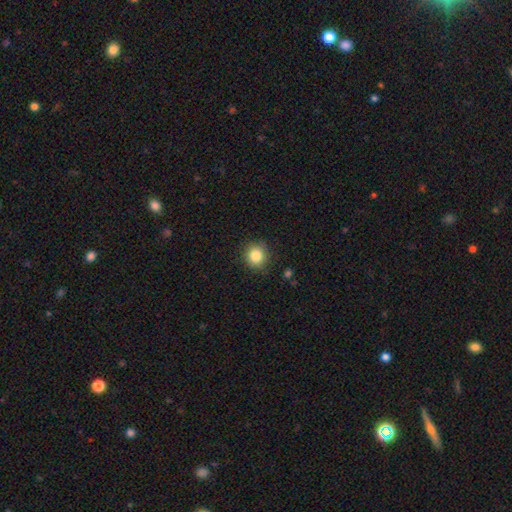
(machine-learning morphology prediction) smooth-or-featured: smooth: 85% | star or artifact: 10% | featured or disk: 5%
  how-rounded: round: 86% | in between: 13% | cigar-shaped: 1%
  merging: none: 85% | minor disturbance: 11% | major disturbance: 3% | merger: 1%